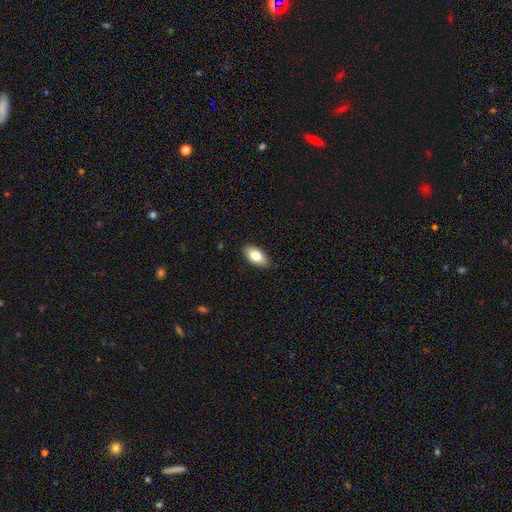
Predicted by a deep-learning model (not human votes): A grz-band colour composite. It shows a smooth galaxy with no disk features (81%) that is in between round and cigar-shaped (93%). Merging: none (88%).